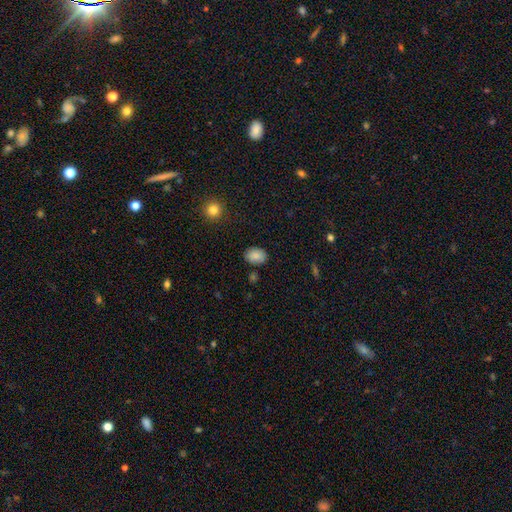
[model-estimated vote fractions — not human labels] The model was most divided on "how rounded": in between: 71%, round: 28%, cigar-shaped: 1%. More confident: smooth or featured — smooth (86%); merging — none (83%).